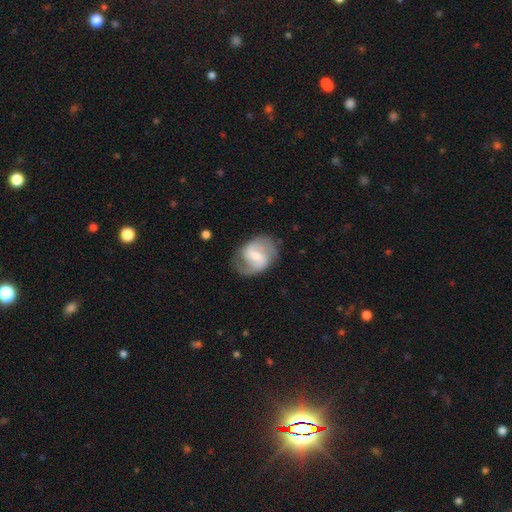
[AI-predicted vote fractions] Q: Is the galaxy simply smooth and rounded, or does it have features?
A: featured or disk — 74%.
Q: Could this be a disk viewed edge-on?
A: no — 97%.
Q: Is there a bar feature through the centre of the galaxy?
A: weak — 52%.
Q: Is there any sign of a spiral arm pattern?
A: yes — 89%.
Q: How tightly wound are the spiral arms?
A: medium — 50%.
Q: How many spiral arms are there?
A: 2 — 84%.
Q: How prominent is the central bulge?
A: small — 49%.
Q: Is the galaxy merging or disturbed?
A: none — 71%.